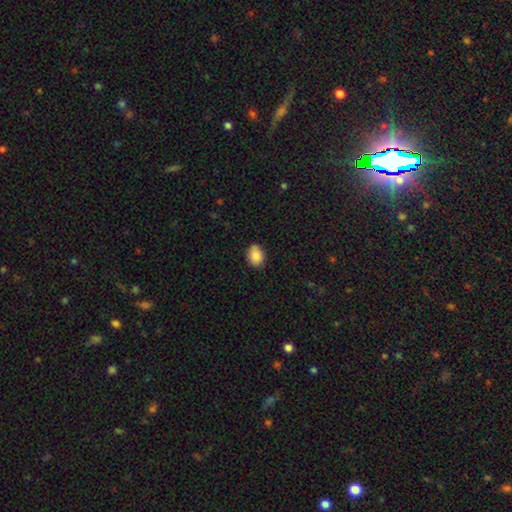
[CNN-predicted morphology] smooth 88%, star or artifact 7%, featured or disk 4%. Down the decision tree: how rounded — in between (76%); merging — none (83%).